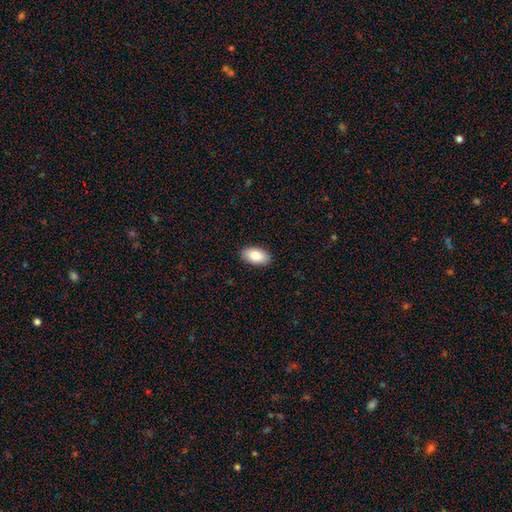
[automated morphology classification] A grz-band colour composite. It shows a smooth galaxy with no disk features (85%) that is in between round and cigar-shaped (95%). Merging: none (90%).